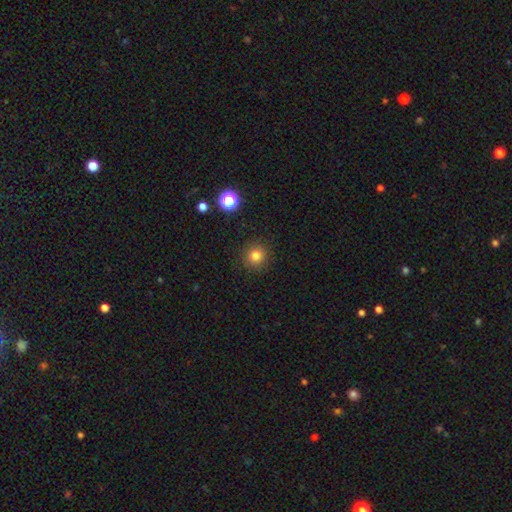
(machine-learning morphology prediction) Smooth or featured? Predicted: smooth (p=0.81). How rounded? Predicted: round (p=0.92). Merging? Predicted: none (p=0.90).